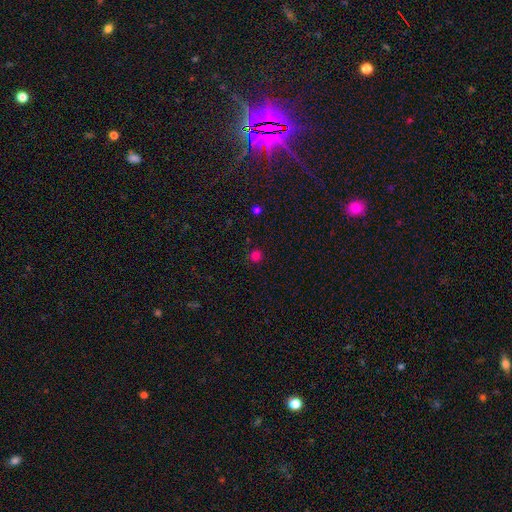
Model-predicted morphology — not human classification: Q: Smooth or featured?
A: smooth (78%); runner-up: star or artifact (18%)
Q: How rounded?
A: round (92%); runner-up: in between (7%)
Q: Merging?
A: none (88%); runner-up: minor disturbance (8%)